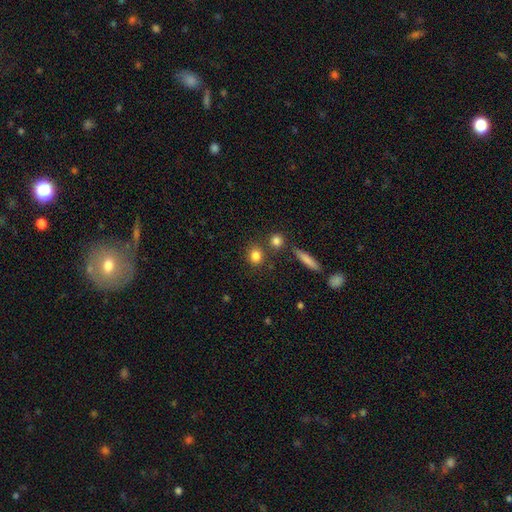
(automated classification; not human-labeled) Overall: smooth (82%). How rounded: round (74%). Merging: none (77%).